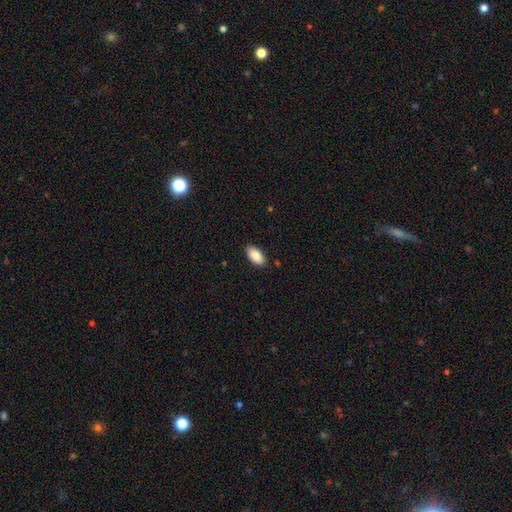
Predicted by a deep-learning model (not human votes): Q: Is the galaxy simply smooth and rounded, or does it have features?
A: smooth — 88%.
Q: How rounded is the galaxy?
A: in between — 94%.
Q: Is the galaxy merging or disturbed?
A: none — 88%.